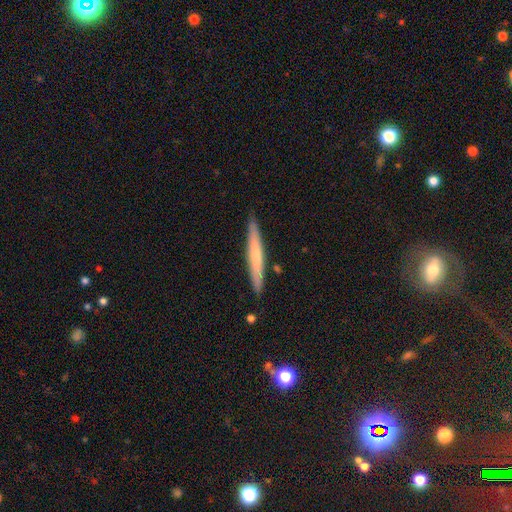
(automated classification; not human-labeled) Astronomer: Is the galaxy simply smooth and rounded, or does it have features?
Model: smooth — 59% (runner-up: featured or disk, 36%).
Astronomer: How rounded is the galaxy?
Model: cigar-shaped — 95%.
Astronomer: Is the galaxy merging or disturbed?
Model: none — 88%.